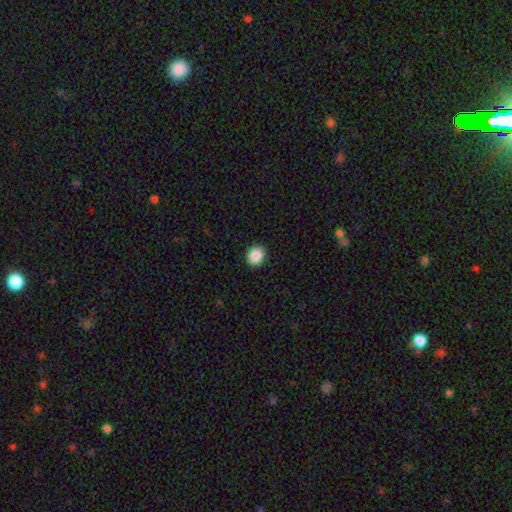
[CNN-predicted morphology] smooth_or_featured: smooth (p=0.89) [alt: star or artifact p=0.08]
how_rounded: round (p=0.69) [alt: in between p=0.30]
merging: none (p=0.91) [alt: minor disturbance p=0.06]